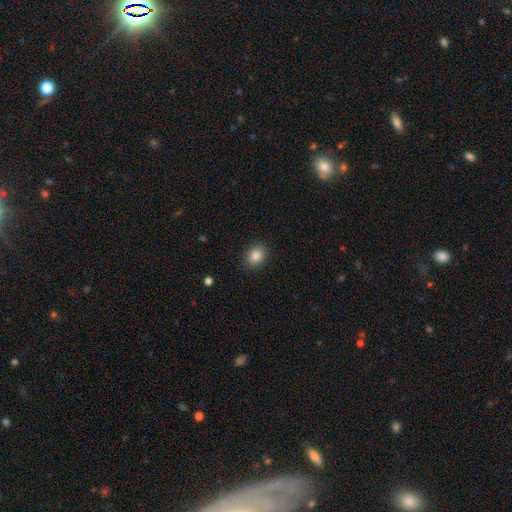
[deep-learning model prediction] Q: Smooth or featured?
A: smooth (86%); runner-up: star or artifact (9%)
Q: How rounded?
A: in between (63%); runner-up: round (36%)
Q: Merging?
A: none (88%); runner-up: minor disturbance (9%)